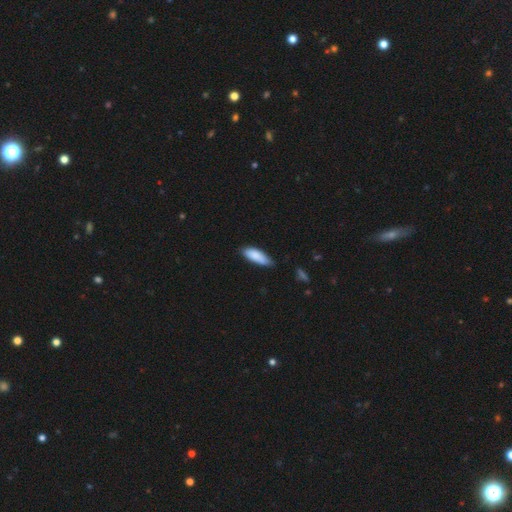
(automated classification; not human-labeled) smooth 86%, featured or disk 8%, star or artifact 6%. Down the decision tree: how rounded — in between (67%); merging — none (64%).